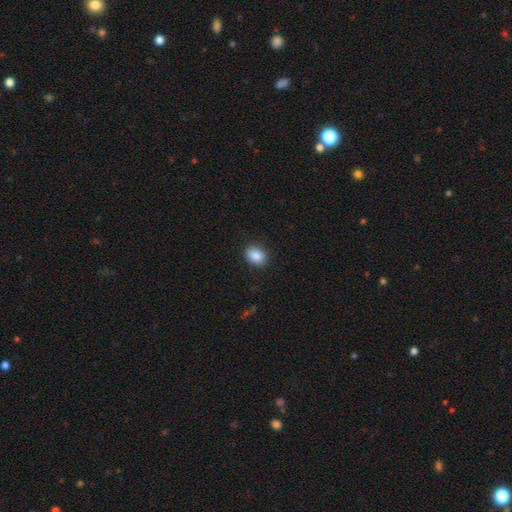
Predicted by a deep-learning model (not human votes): A smooth galaxy with no disk features (88%) that is in between round and cigar-shaped (62%). Merging: none (89%).